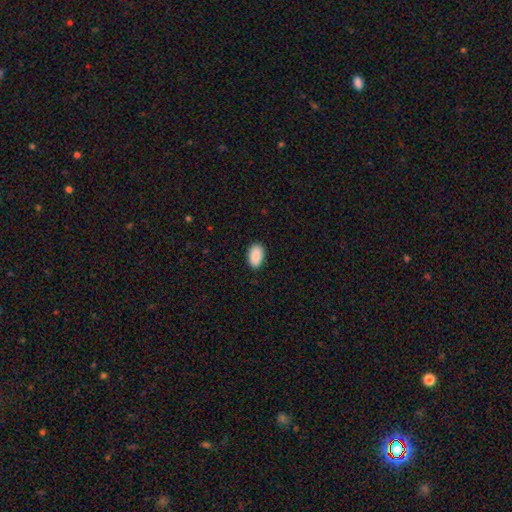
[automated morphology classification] Overall: smooth (90%). How rounded: in between (93%). Merging: none (87%).